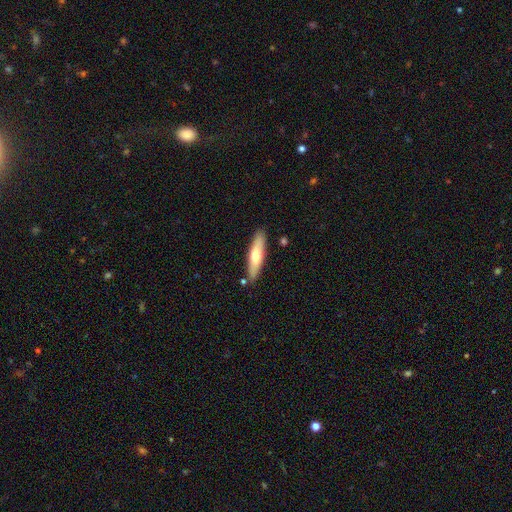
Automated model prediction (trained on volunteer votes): Smooth or featured? Predicted: smooth (p=0.63). How rounded? Predicted: cigar-shaped (p=0.76). Merging? Predicted: none (p=0.85).